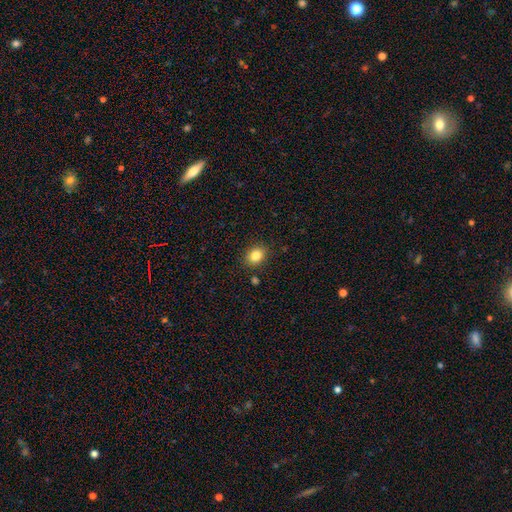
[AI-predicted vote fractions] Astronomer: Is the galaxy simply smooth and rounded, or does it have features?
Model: smooth — 84%.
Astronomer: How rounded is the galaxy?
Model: in between — 51% (runner-up: round, 48%).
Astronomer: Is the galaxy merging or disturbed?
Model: none — 86%.